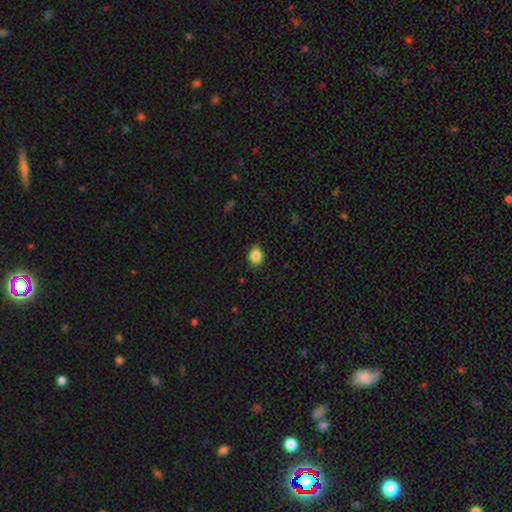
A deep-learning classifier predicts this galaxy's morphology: Overall: smooth (87%). How rounded: in between (54%; round 45%). Merging: none (89%).